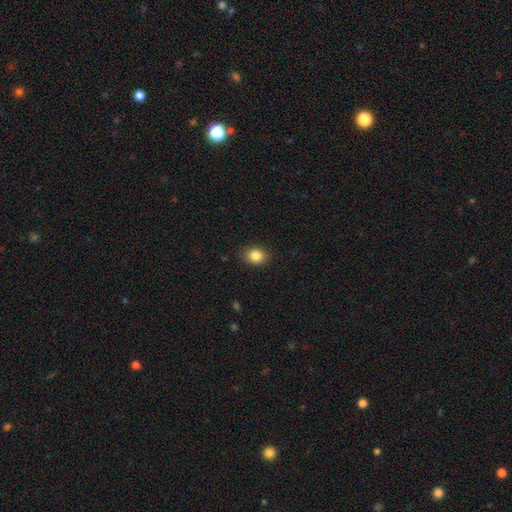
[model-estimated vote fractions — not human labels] Smooth or featured? smooth (85%)
How rounded? in between (62%)
Merging? none (87%)